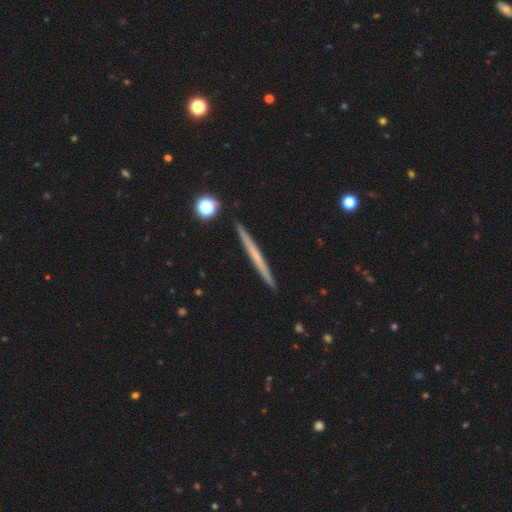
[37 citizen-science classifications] A featured or disk galaxy (62%) viewed edge-on (100%) with no central bulge (100%). Merging: none (92%).